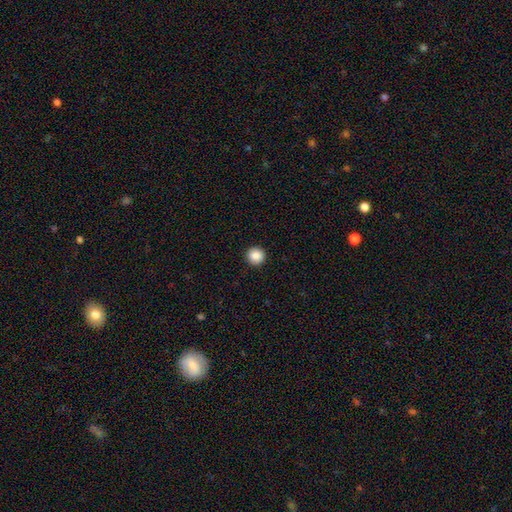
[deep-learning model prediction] Morphology: type=smooth (88%); roundness=round (96%); merging=none (94%).